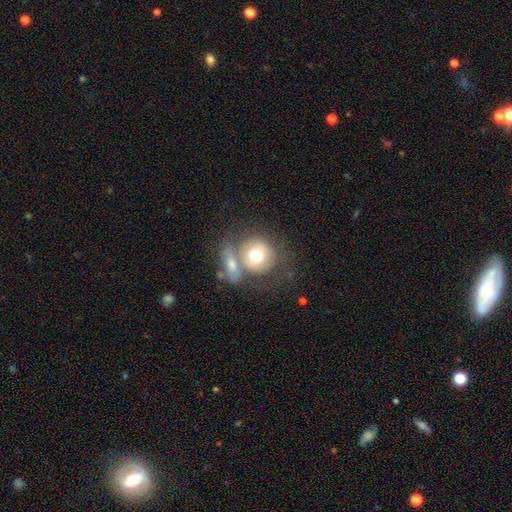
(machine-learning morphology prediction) A smooth galaxy with no disk features (66%) that is round (84%). Merging: none (43%).